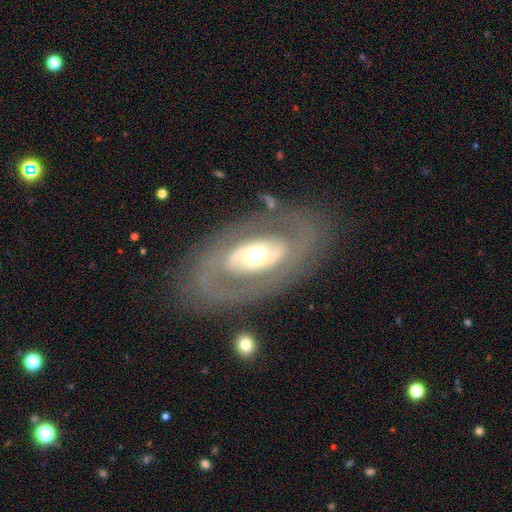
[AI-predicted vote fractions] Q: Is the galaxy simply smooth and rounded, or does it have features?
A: featured or disk — 66%.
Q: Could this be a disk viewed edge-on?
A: no — 90%.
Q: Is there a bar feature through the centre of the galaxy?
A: no — 73%.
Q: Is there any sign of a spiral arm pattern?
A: no — 79%.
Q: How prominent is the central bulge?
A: moderate — 60%.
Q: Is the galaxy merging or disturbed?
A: none — 77%.